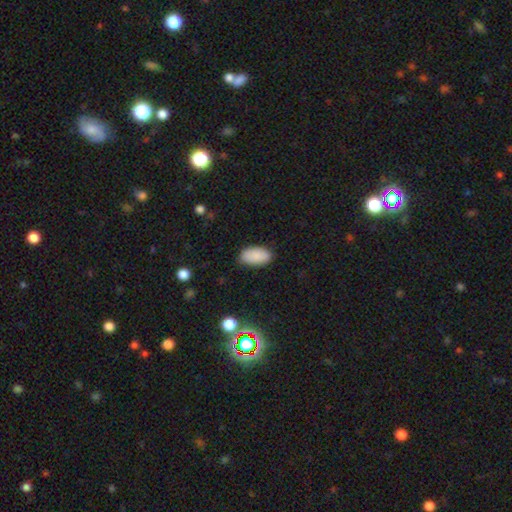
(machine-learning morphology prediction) Smooth or featured? Predicted: smooth (p=0.88). How rounded? Predicted: in between (p=0.95). Merging? Predicted: none (p=0.86).